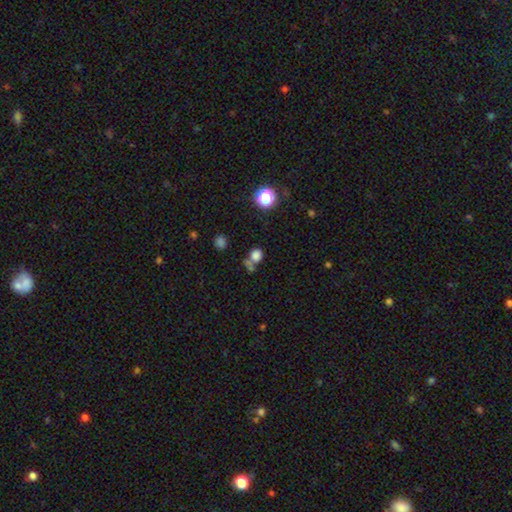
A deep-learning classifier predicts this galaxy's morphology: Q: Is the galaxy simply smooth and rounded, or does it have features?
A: smooth — 75%.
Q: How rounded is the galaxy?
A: round — 77%.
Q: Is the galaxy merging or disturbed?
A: none — 47%.